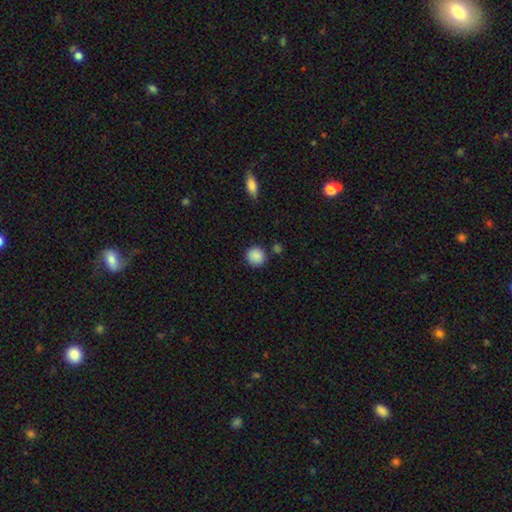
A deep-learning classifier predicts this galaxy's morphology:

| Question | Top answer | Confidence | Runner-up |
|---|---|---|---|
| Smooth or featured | smooth | 89% | star or artifact (8%) |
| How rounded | round | 92% | in between (7%) |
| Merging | none | 84% | minor disturbance (8%) |